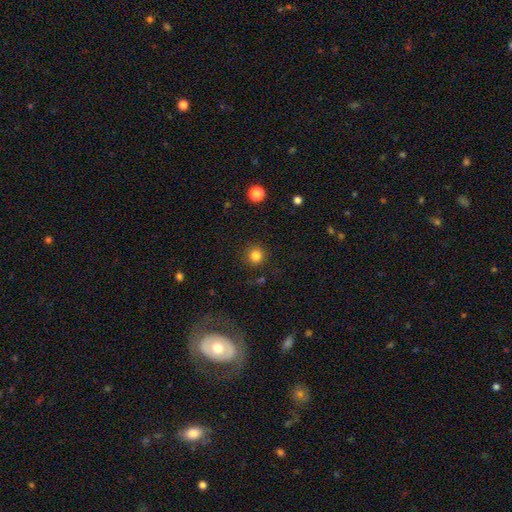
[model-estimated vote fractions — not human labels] Smooth or featured: smooth — 83% (star or artifact — 12%)
How rounded: round — 94% (in between — 5%)
Merging: none — 88% (minor disturbance — 7%)